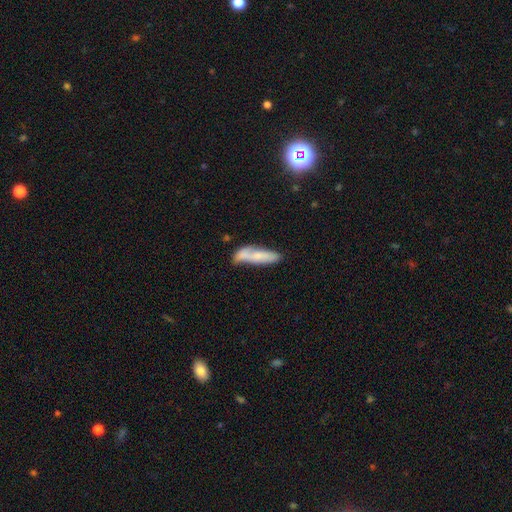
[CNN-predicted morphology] smooth_or_featured: smooth (p=0.59) [alt: featured or disk p=0.32]
how_rounded: cigar-shaped (p=0.69) [alt: in between p=0.28]
merging: none (p=0.51) [alt: minor disturbance p=0.23]